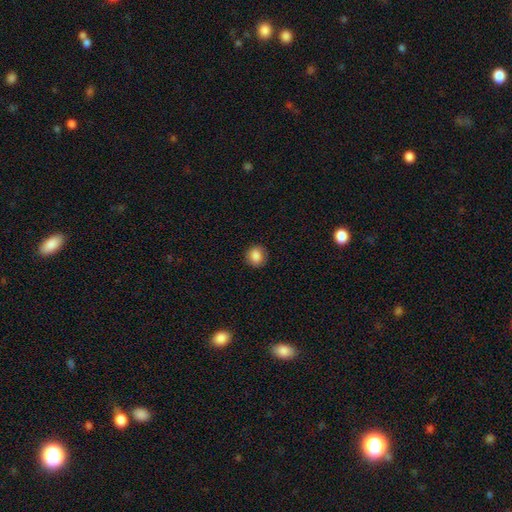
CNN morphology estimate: Overall: smooth (85%). How rounded: round (86%). Merging: none (88%).